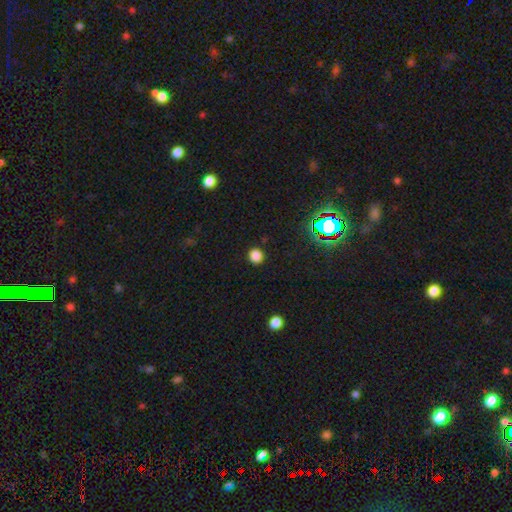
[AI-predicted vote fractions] A smooth galaxy with no disk features (82%) that is round (87%). Merging: none (91%).